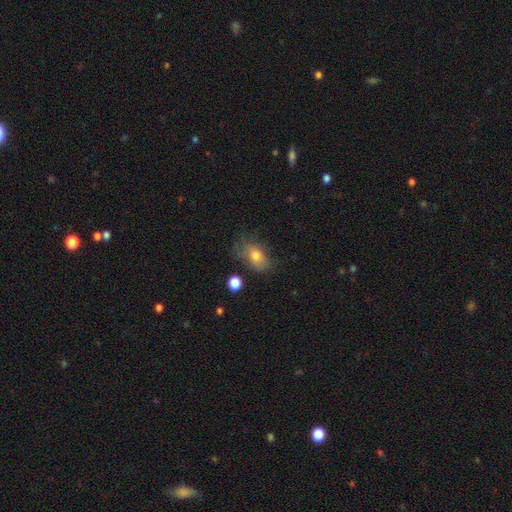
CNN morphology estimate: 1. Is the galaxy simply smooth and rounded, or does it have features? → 71% smooth, 20% featured or disk, 10% star or artifact.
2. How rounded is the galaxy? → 82% in between, 15% round, 2% cigar-shaped.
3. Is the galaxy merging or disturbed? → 50% none, 30% minor disturbance, 17% major disturbance, 3% merger.